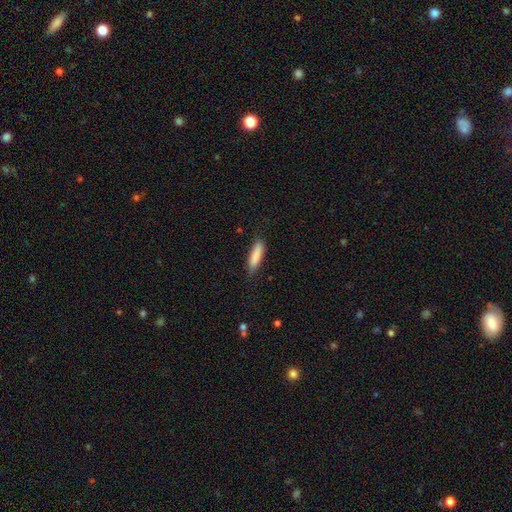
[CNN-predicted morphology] This is clearly a smooth galaxy (86%). How rounded: likely cigar-shaped (71%). Merging: clearly none (81%).